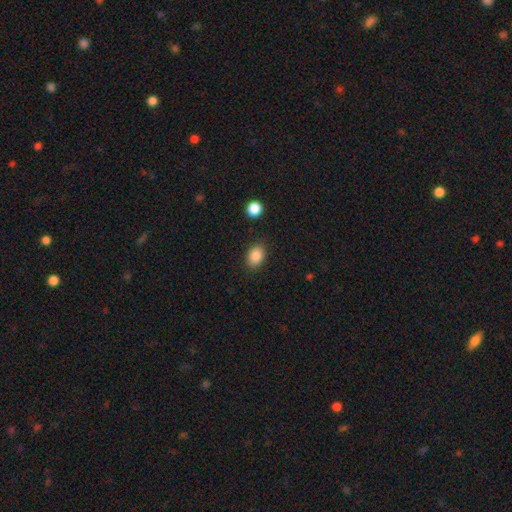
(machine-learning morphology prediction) Overall: smooth (87%). How rounded: in between (77%). Merging: none (85%).